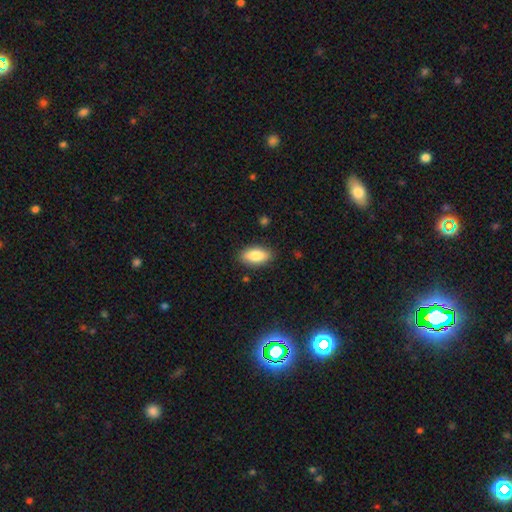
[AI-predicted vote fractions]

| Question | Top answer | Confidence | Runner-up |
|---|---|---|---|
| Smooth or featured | smooth | 84% | featured or disk (9%) |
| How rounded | in between | 89% | cigar-shaped (7%) |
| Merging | none | 86% | minor disturbance (10%) |